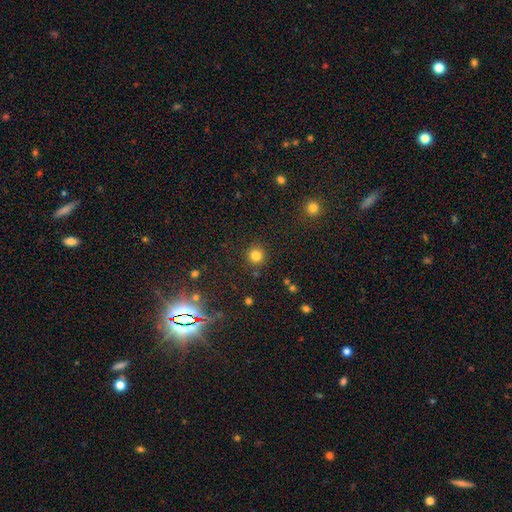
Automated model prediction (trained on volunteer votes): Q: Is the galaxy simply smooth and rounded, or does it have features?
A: smooth — 82%.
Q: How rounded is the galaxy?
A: round — 94%.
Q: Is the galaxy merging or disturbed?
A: none — 90%.